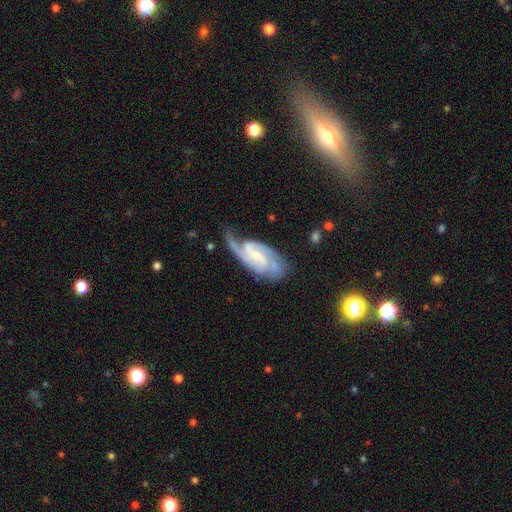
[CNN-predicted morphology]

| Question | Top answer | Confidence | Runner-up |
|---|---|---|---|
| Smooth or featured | featured or disk | 87% | smooth (8%) |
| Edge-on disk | no | 96% | yes (4%) |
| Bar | weak | 47% | no (33%) |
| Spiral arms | yes | 97% | no (3%) |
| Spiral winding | medium | 49% | tight (37%) |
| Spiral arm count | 2 | 58% | 3 (19%) |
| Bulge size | small | 58% | moderate (21%) |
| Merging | none | 58% | minor disturbance (25%) |